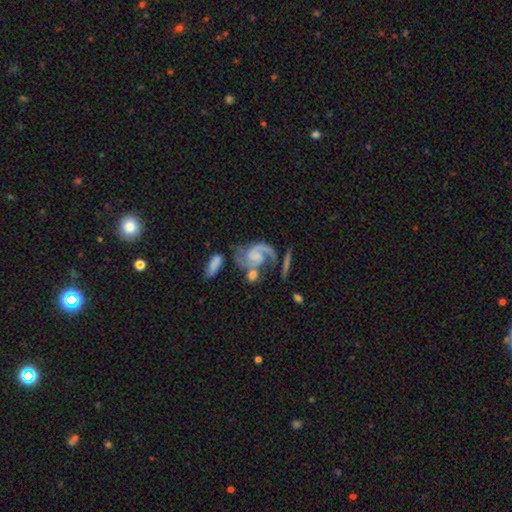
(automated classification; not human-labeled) Morphology: type=featured or disk (85%); edge-on=no (98%); bar=no (61%); spiral arms=yes (95%); winding=medium (49%); arm count=2 (72%); bulge=none (43%); merging=none (35%).